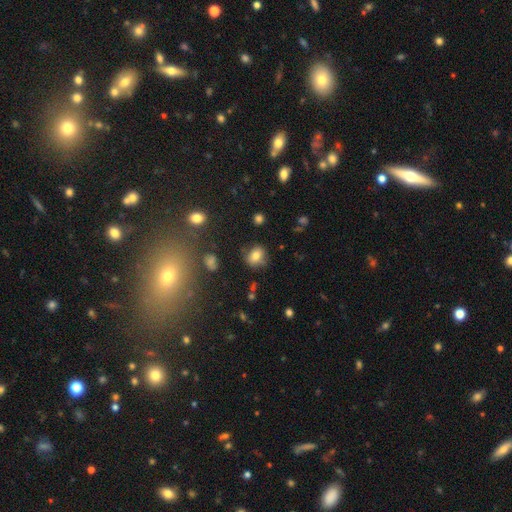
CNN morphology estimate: smooth_or_featured: smooth (p=0.77) [alt: featured or disk p=0.12]
how_rounded: round (p=0.53) [alt: in between p=0.46]
merging: none (p=0.77) [alt: minor disturbance p=0.16]